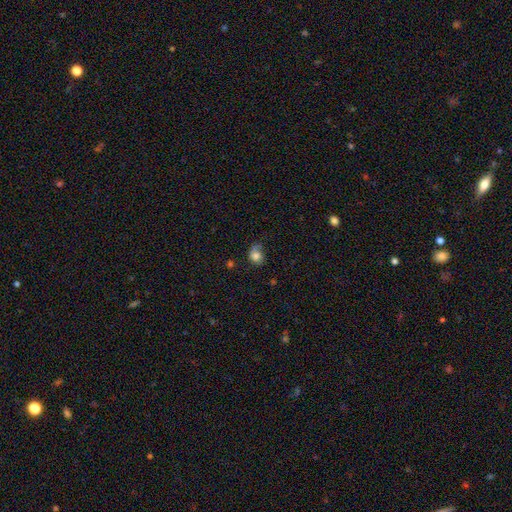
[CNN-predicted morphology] The model was most divided on "merging": none: 41%, minor disturbance: 35%, major disturbance: 21%, merger: 4%. More confident: smooth or featured — smooth (76%); how rounded — round (56%).